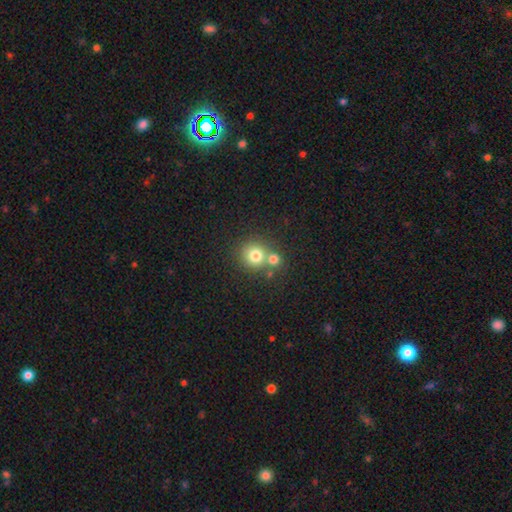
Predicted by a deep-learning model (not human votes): smooth 75%, star or artifact 14%, featured or disk 11%. Down the decision tree: how rounded — round (89%); merging — none (51%).